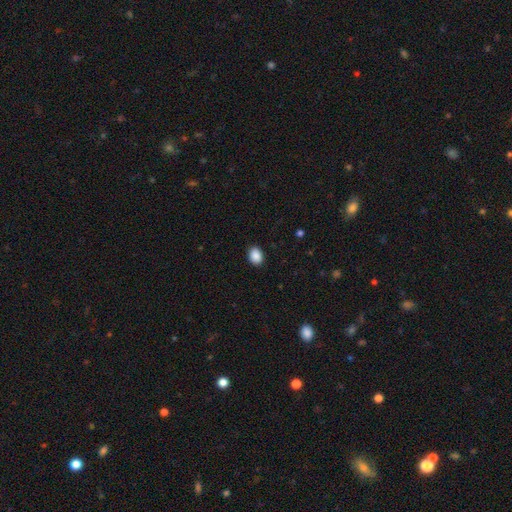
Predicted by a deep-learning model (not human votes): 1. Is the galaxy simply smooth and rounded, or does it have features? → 89% smooth, 8% star or artifact, 3% featured or disk.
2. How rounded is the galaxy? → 69% in between, 30% round, 1% cigar-shaped.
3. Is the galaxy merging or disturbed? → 90% none, 8% minor disturbance, 2% major disturbance, 1% merger.